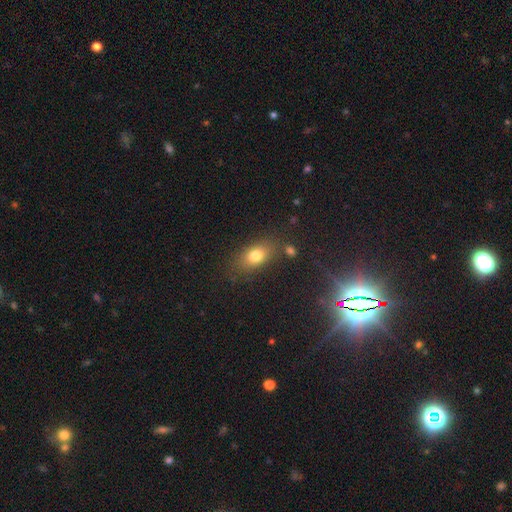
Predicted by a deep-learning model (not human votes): Overall: smooth (77%). How rounded: in between (78%). Merging: none (75%).